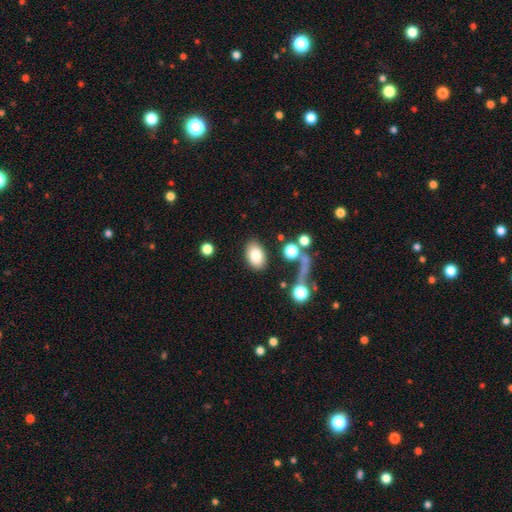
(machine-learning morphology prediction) Smooth or featured? Predicted: smooth (p=0.82). How rounded? Predicted: in between (p=0.87). Merging? Predicted: none (p=0.80).